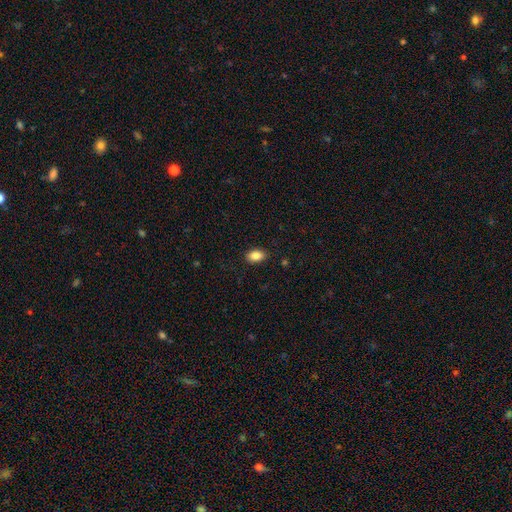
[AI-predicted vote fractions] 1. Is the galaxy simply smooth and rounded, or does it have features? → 87% smooth, 8% star or artifact, 5% featured or disk.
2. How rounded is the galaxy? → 89% in between, 10% round, 2% cigar-shaped.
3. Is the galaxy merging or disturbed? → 87% none, 10% minor disturbance, 2% major disturbance, 1% merger.